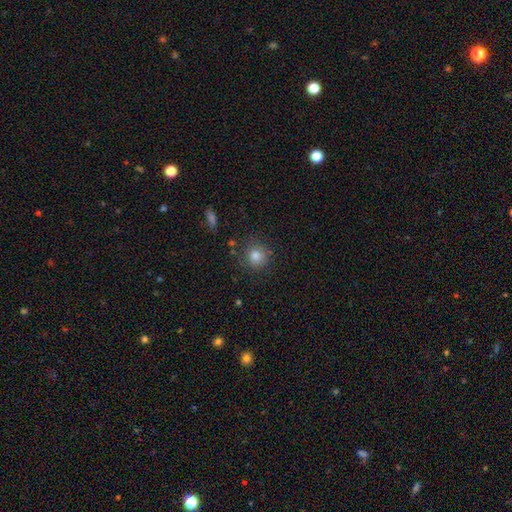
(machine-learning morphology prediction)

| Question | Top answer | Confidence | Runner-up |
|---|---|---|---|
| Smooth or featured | smooth | 82% | star or artifact (12%) |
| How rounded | round | 90% | in between (9%) |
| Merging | none | 83% | minor disturbance (10%) |